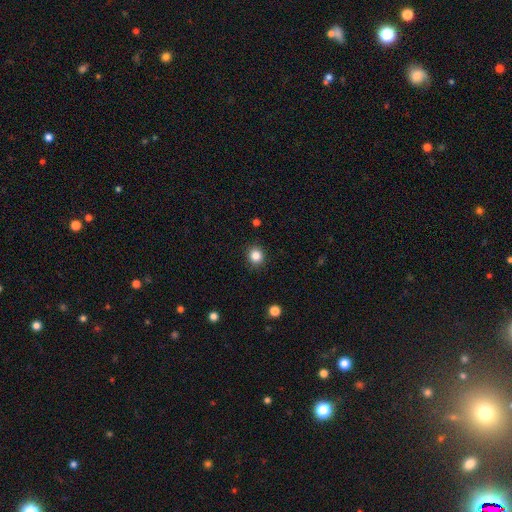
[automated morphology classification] smooth_or_featured: smooth (p=0.84) [alt: star or artifact p=0.11]
how_rounded: round (p=0.87) [alt: in between p=0.12]
merging: none (p=0.90) [alt: minor disturbance p=0.07]